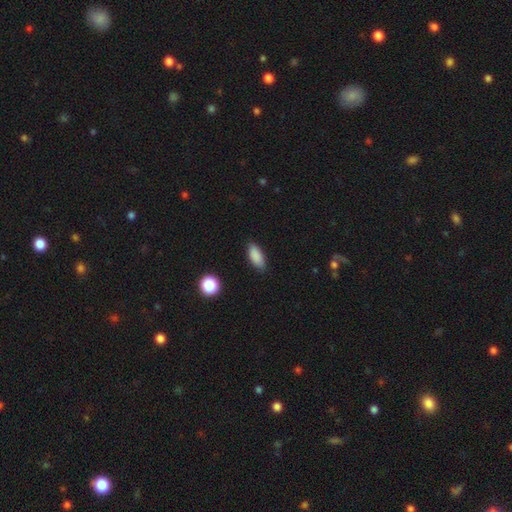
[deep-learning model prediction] Morphology: type=smooth (87%); roundness=in between (85%); merging=none (83%).